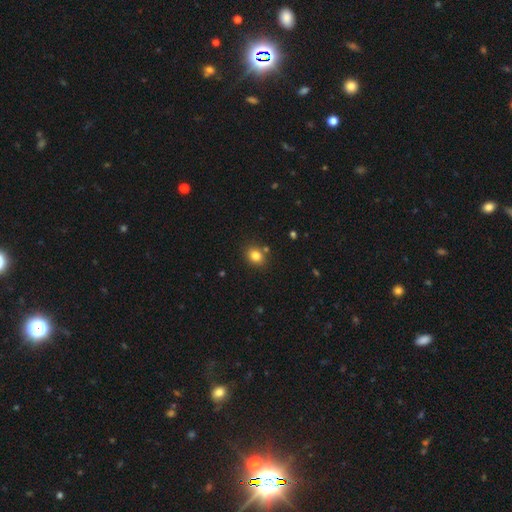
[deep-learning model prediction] Smooth or featured?
  - smooth: 81% *
  - star or artifact: 12%
  - featured or disk: 7%
How rounded?
  - round: 58% *
  - in between: 41%
  - cigar-shaped: 1%
Merging?
  - none: 79% *
  - minor disturbance: 11%
  - merger: 7%
  - major disturbance: 3%